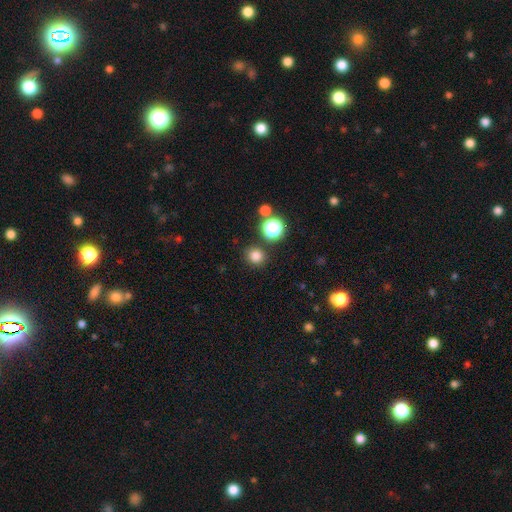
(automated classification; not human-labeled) Smooth or featured? Predicted: smooth (p=0.79). How rounded? Predicted: round (p=0.89). Merging? Predicted: none (p=0.85).